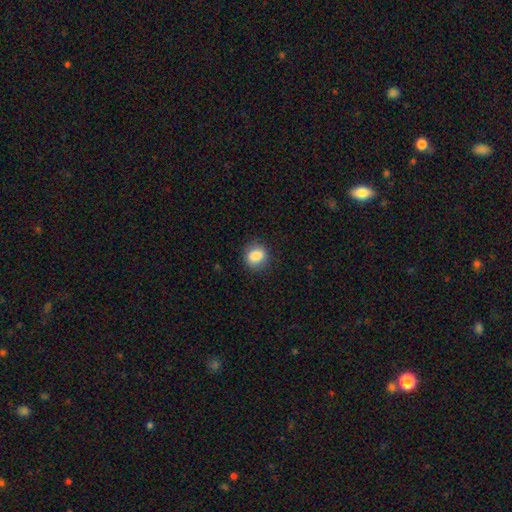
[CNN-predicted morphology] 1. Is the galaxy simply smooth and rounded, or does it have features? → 85% smooth, 9% star or artifact, 6% featured or disk.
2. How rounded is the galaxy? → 69% round, 30% in between, 1% cigar-shaped.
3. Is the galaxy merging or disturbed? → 85% none, 11% minor disturbance, 3% major disturbance, 1% merger.